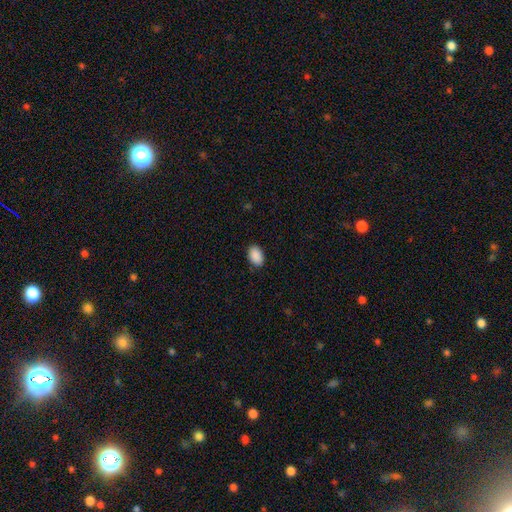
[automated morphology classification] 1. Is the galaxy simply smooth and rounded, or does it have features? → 91% smooth, 7% star or artifact, 2% featured or disk.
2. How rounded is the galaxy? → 89% in between, 10% round, 1% cigar-shaped.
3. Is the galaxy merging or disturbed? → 88% none, 9% minor disturbance, 2% major disturbance, 1% merger.